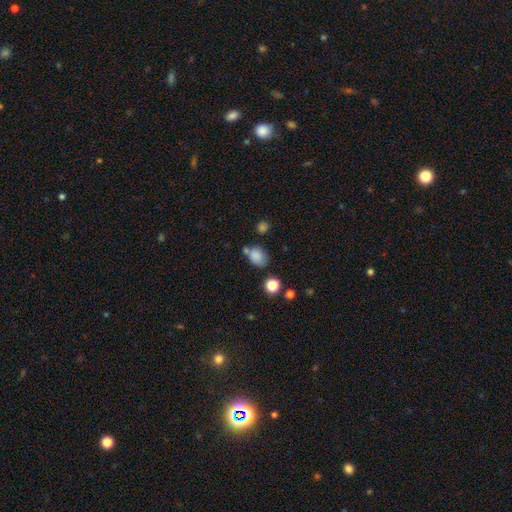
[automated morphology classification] A smooth galaxy with no disk features (82%) that is in between round and cigar-shaped (68%). Merging: none (53%).